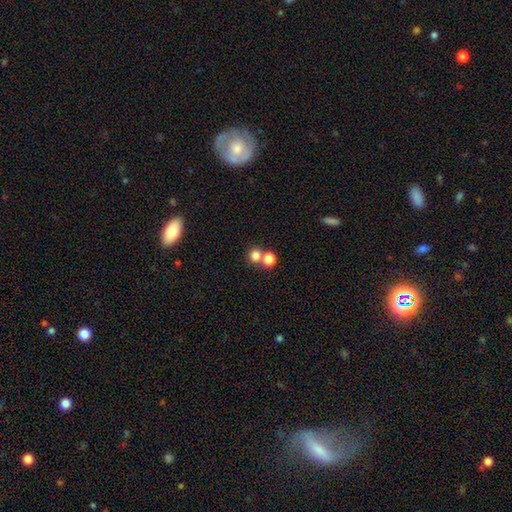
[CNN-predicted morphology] Smooth or featured? smooth (79%)
How rounded? round (88%)
Merging? none (54%)